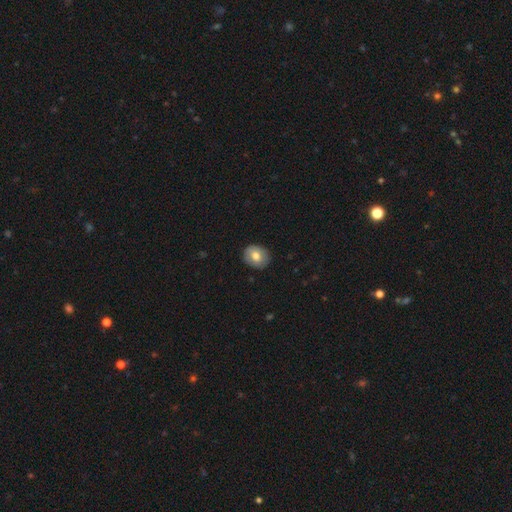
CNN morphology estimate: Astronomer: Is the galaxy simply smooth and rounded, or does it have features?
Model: smooth — 73%.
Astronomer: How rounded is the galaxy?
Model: round — 64%.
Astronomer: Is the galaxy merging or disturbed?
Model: none — 85%.